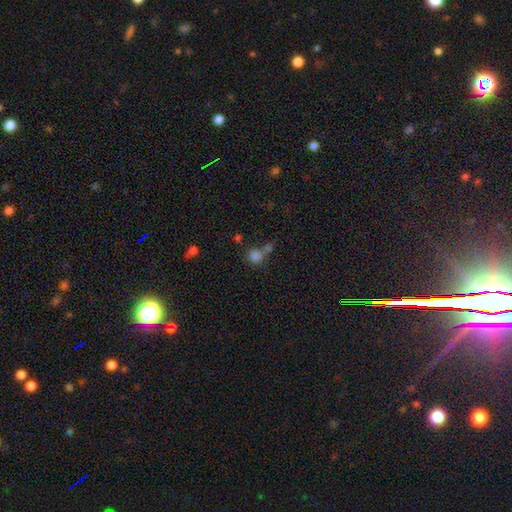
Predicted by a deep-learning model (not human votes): A smooth galaxy with no disk features (78%) that is round (78%).

Vote fractions:
- Smooth or featured? smooth: 78% / star or artifact: 15% / featured or disk: 7%
- How rounded? round: 78% / in between: 20% / cigar-shaped: 1%
- Merging? none: 44% / merger: 40% / minor disturbance: 10% / major disturbance: 6%